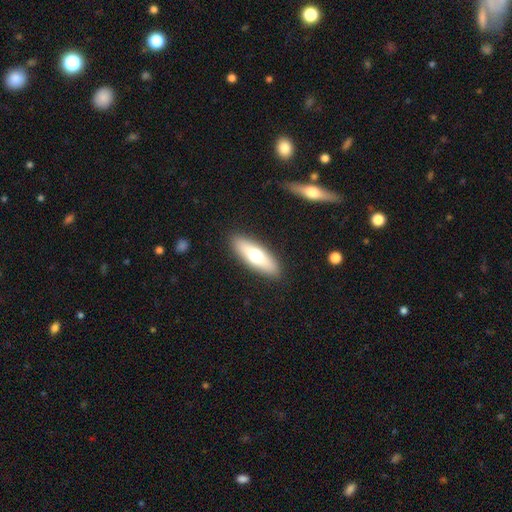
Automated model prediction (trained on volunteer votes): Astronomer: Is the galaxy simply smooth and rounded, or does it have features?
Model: smooth — 62%.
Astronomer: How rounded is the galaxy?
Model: in between — 50% (runner-up: cigar-shaped, 48%).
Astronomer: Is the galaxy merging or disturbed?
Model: none — 90%.